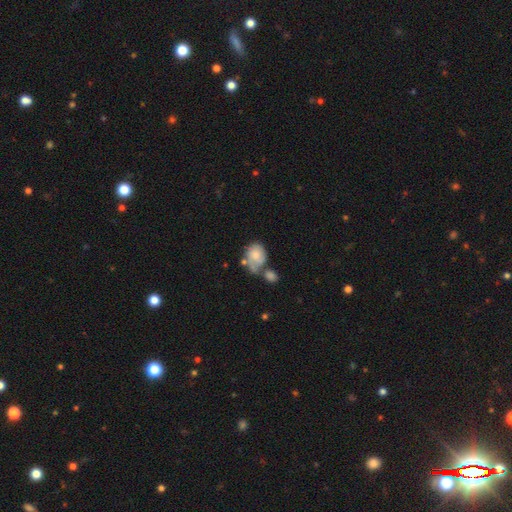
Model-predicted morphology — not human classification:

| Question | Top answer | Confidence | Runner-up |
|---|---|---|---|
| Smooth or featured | smooth | 62% | featured or disk (31%) |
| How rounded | in between | 64% | round (35%) |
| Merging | merger | 37% | none (27%) |